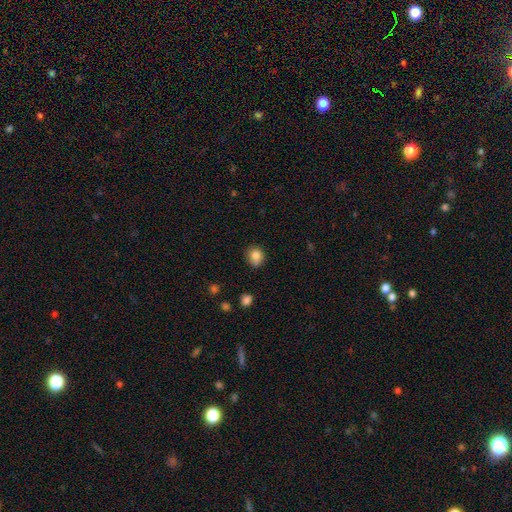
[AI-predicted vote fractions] Q: Smooth or featured?
A: smooth (83%); runner-up: star or artifact (11%)
Q: How rounded?
A: round (74%); runner-up: in between (25%)
Q: Merging?
A: none (77%); runner-up: minor disturbance (18%)